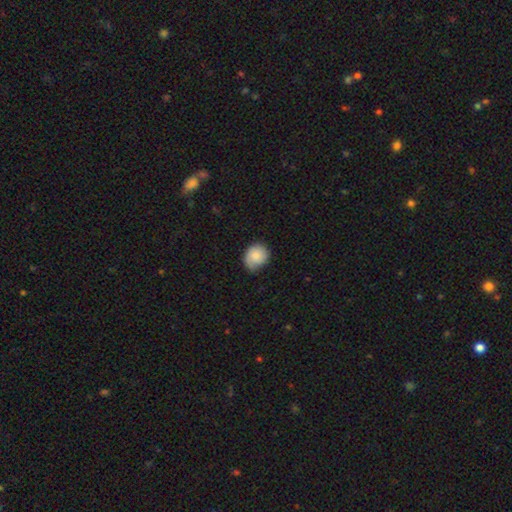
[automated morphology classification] Smooth or featured? smooth (80%)
How rounded? round (71%)
Merging? none (61%)